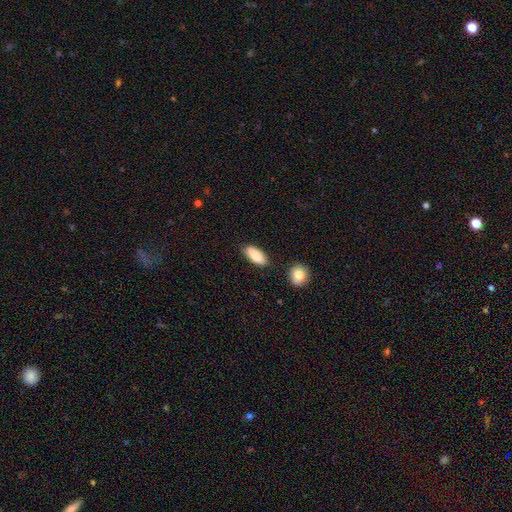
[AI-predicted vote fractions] Smooth or featured?
  - smooth: 83% *
  - featured or disk: 11%
  - star or artifact: 6%
How rounded?
  - in between: 86% *
  - cigar-shaped: 12%
  - round: 2%
Merging?
  - none: 82% *
  - minor disturbance: 12%
  - merger: 4%
  - major disturbance: 2%